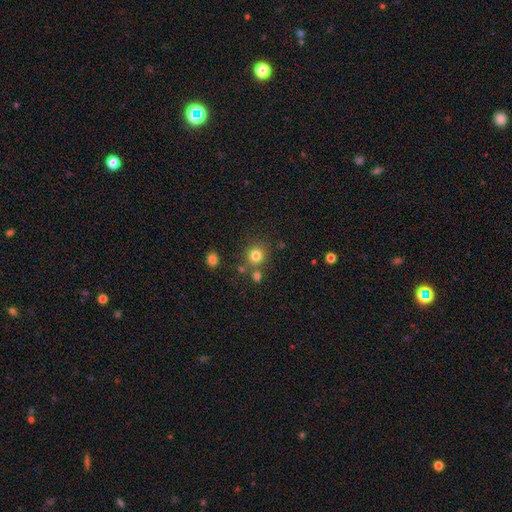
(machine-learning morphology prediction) A smooth galaxy with no disk features (79%) that is round (87%). Merging: none (75%).